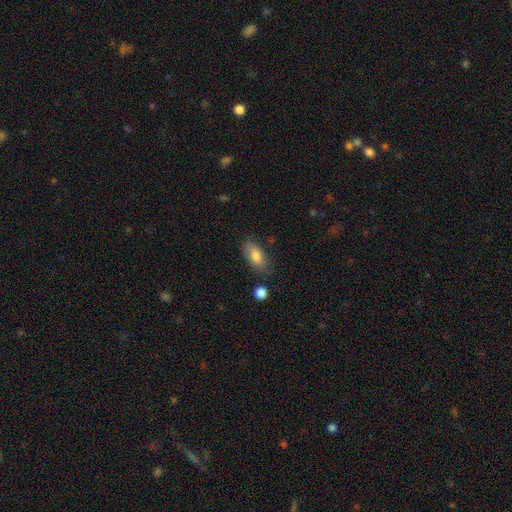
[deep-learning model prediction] Smooth or featured: smooth — 78% (featured or disk — 14%)
How rounded: in between — 89% (cigar-shaped — 7%)
Merging: none — 77% (minor disturbance — 17%)